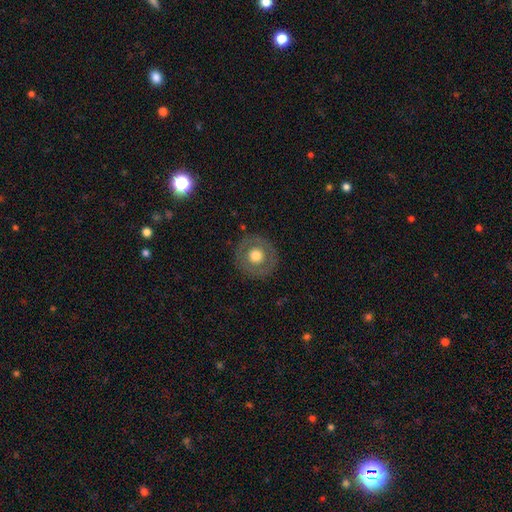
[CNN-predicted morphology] Smooth or featured: smooth — 58% (featured or disk — 35%)
How rounded: round — 94% (in between — 5%)
Merging: none — 87% (minor disturbance — 8%)